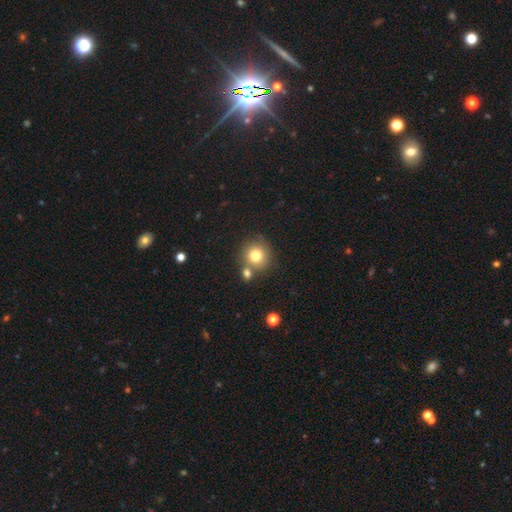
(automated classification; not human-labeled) smooth 78%, star or artifact 11%, featured or disk 10%. Down the decision tree: how rounded — round (90%); merging — none (66%).